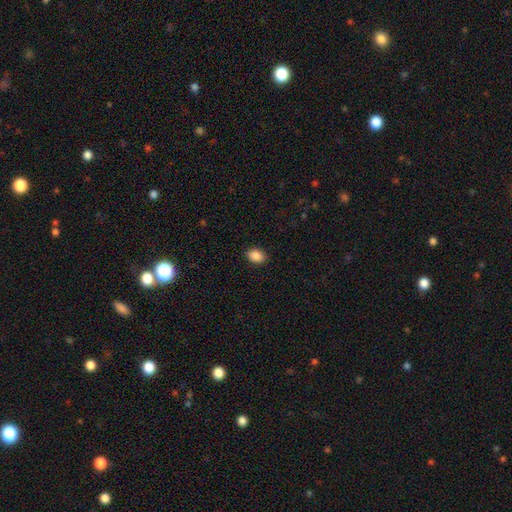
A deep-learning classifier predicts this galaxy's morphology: This appears to be a smooth galaxy with no disk features (89%) that is in between round and cigar-shaped (82%). Merging: none (89%).